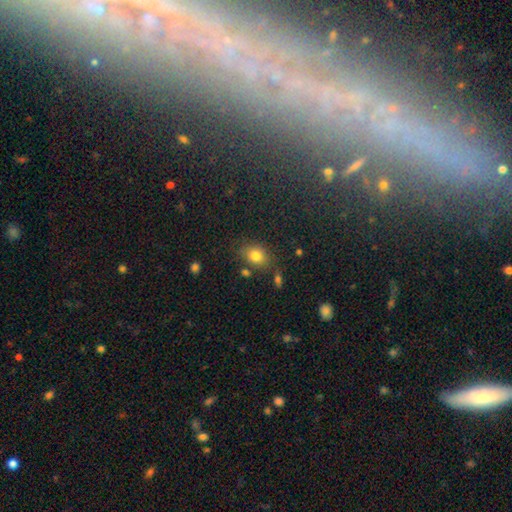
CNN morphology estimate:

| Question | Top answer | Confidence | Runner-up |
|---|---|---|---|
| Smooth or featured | smooth | 80% | star or artifact (11%) |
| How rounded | in between | 61% | round (38%) |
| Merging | none | 72% | minor disturbance (16%) |